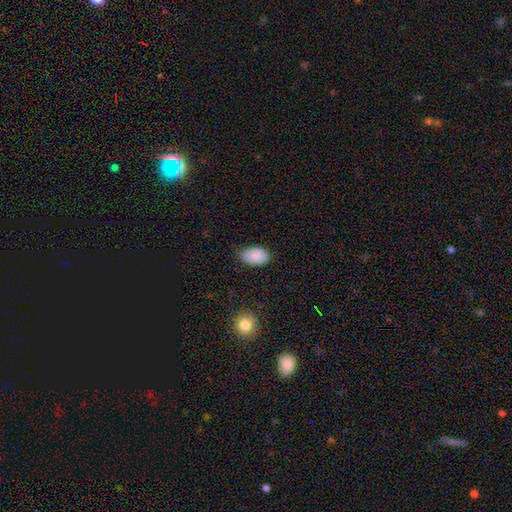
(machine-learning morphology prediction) A smooth galaxy with no disk features (87%) that is in between round and cigar-shaped (92%). Merging: none (72%).